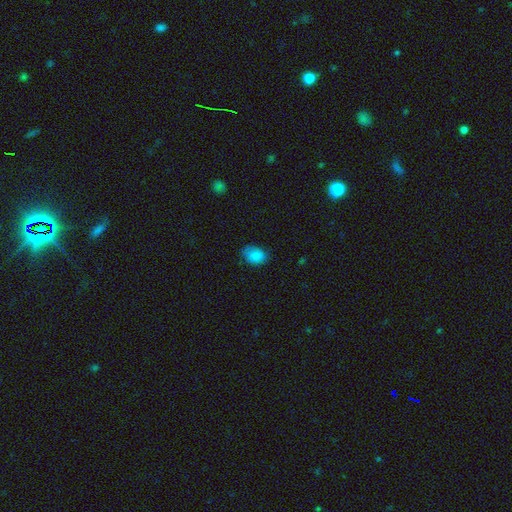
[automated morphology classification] This is clearly a smooth galaxy (86%). How rounded: likely in between (78%). Merging: likely none (70%).